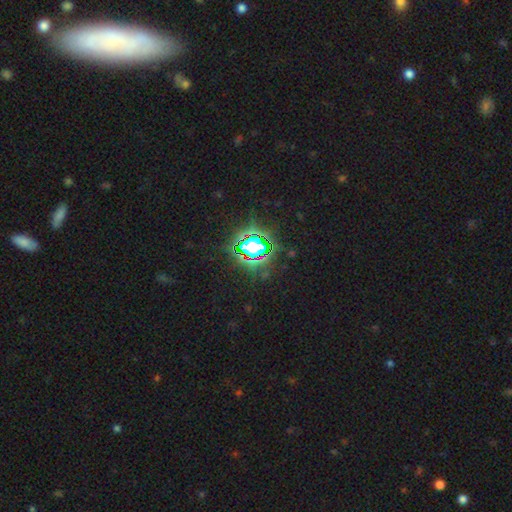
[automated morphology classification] star or artifact 80%, smooth 13%, featured or disk 7%.